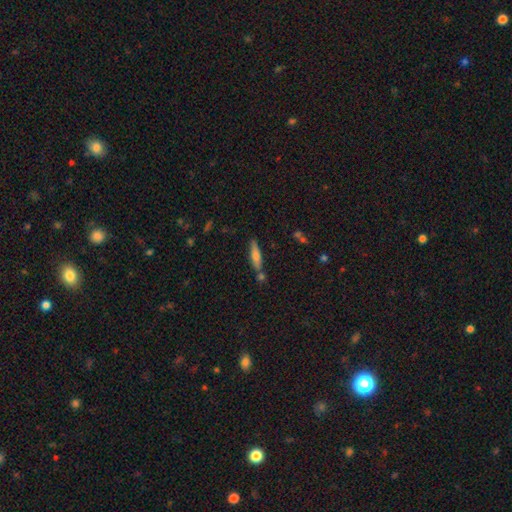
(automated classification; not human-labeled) The model was most divided on "smooth or featured": smooth: 59%, featured or disk: 33%, star or artifact: 7%. More confident: how rounded — cigar-shaped (80%); merging — none (71%).